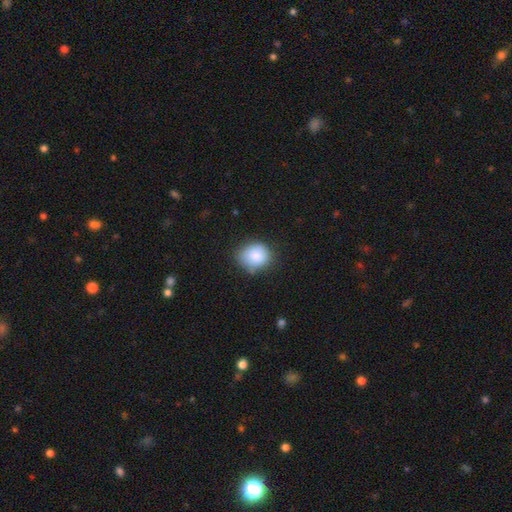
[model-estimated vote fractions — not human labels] A smooth galaxy with no disk features (85%) that is round (66%). Merging: none (71%).